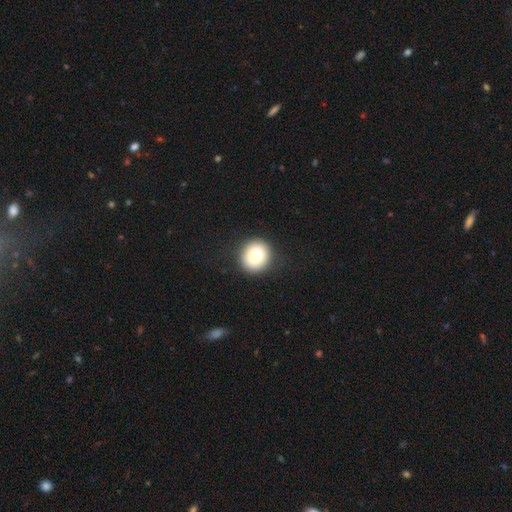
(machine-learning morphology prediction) A smooth galaxy with no disk features (82%) that is round (88%). Merging: none (90%).